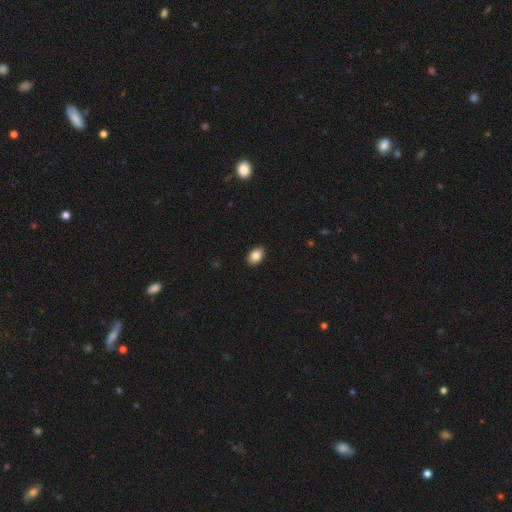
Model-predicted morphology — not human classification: Smooth or featured: smooth — 86% (star or artifact — 8%)
How rounded: in between — 85% (round — 14%)
Merging: none — 90% (minor disturbance — 8%)